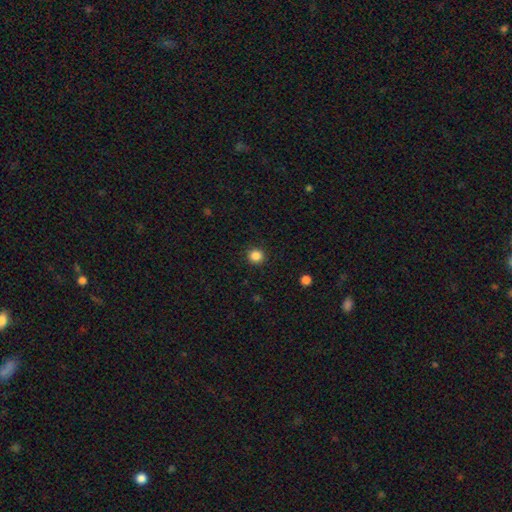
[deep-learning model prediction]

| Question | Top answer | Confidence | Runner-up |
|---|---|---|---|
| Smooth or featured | smooth | 86% | star or artifact (11%) |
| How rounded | round | 93% | in between (7%) |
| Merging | none | 91% | minor disturbance (6%) |